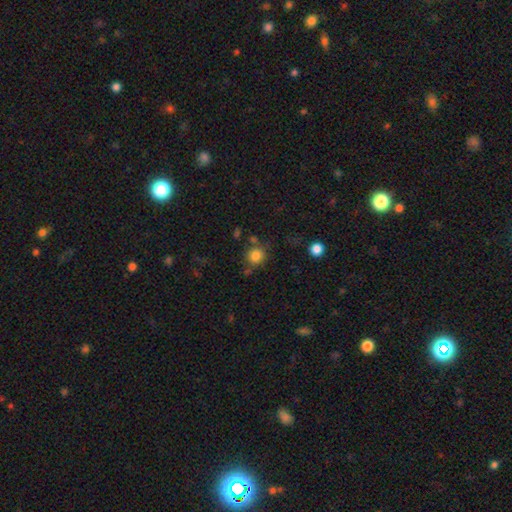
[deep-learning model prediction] This appears to be a smooth galaxy with no disk features (82%) that is round (87%). Merging: none (73%).